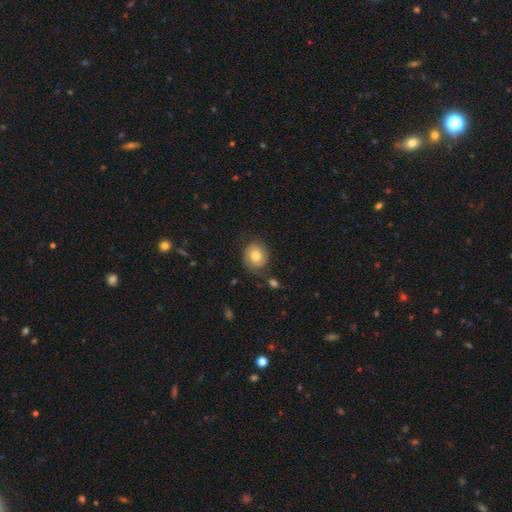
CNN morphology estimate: A smooth galaxy with no disk features (50%). Merging: none (63%).